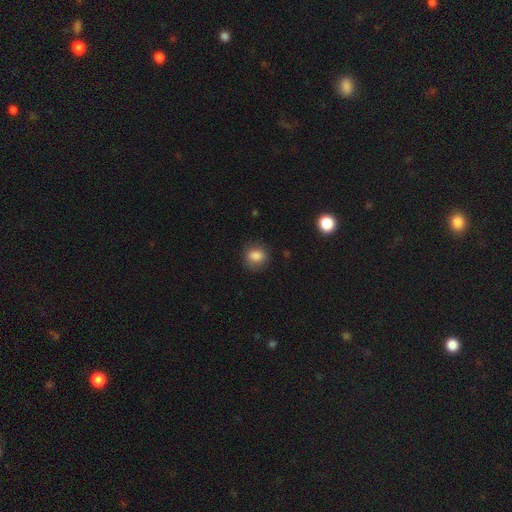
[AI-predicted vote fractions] smooth_or_featured: smooth (p=0.84) [alt: star or artifact p=0.09]
how_rounded: round (p=0.58) [alt: in between p=0.41]
merging: none (p=0.78) [alt: minor disturbance p=0.16]